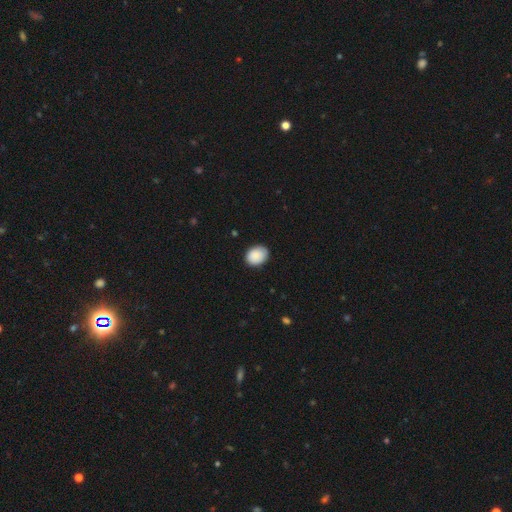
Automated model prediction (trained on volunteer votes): Smooth or featured? smooth (89%)
How rounded? in between (56%)
Merging? none (83%)